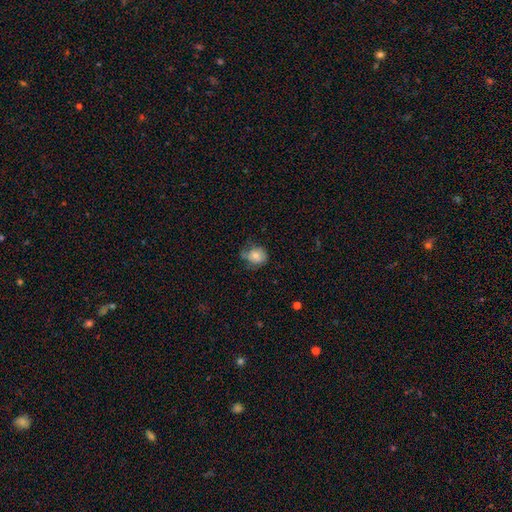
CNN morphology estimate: Smooth or featured: smooth — 69% (featured or disk — 21%)
How rounded: round — 70% (in between — 29%)
Merging: none — 54% (minor disturbance — 32%)